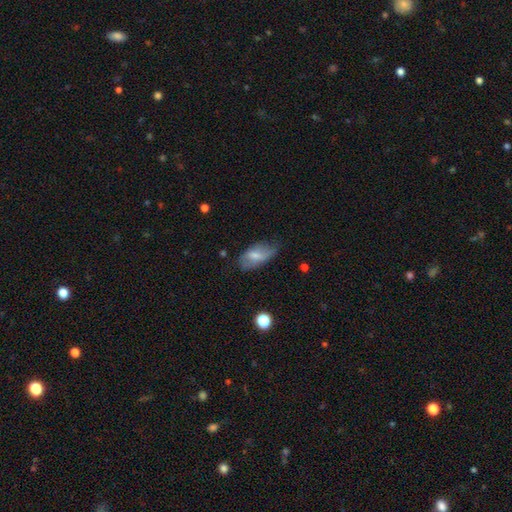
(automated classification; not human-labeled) Smooth or featured? Predicted: smooth (p=0.61). How rounded? Predicted: in between (p=0.90). Merging? Predicted: none (p=0.50).